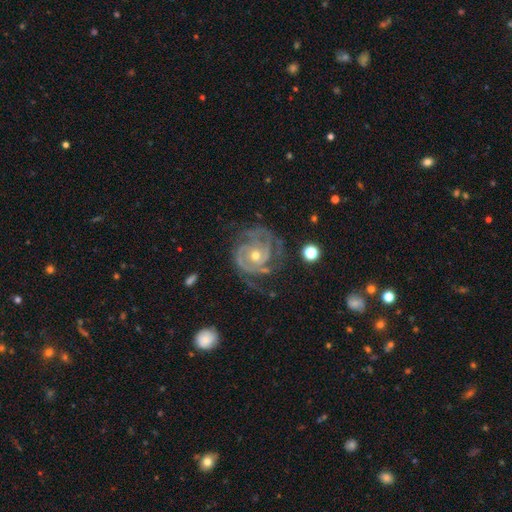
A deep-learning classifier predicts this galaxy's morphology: smooth_or_featured: featured or disk (p=0.90) [alt: star or artifact p=0.05]
disk_edge_on: no (p=0.98) [alt: yes p=0.02]
bar: no (p=0.76) [alt: weak p=0.18]
has_spiral_arms: yes (p=0.97) [alt: no p=0.03]
spiral_winding: tight (p=0.67) [alt: medium p=0.28]
spiral_arm_count: 2 (p=0.45) [alt: 3 p=0.23]
bulge_size: moderate (p=0.55) [alt: small p=0.41]
merging: none (p=0.62) [alt: minor disturbance p=0.21]